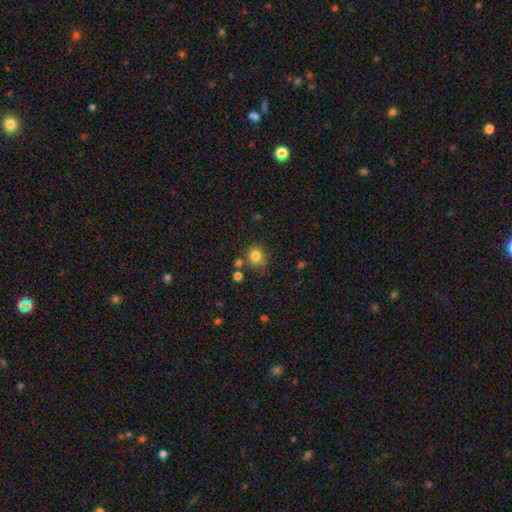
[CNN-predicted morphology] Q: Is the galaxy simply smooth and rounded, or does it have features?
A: smooth — 82%.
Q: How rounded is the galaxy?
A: round — 75%.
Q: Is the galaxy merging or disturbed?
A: none — 65%.